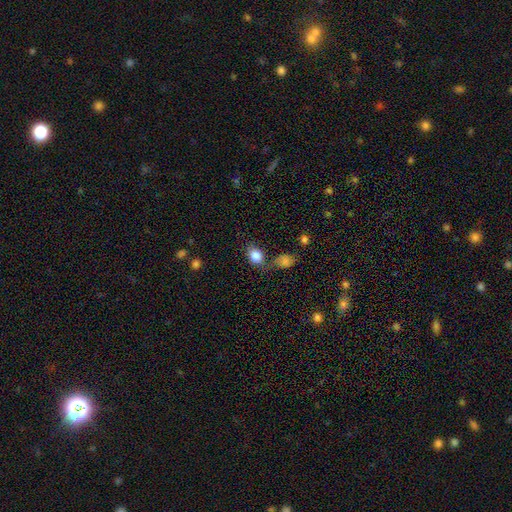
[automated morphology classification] This appears to be a smooth galaxy with no disk features (84%) that is in between round and cigar-shaped (55%). Merging: none (63%).